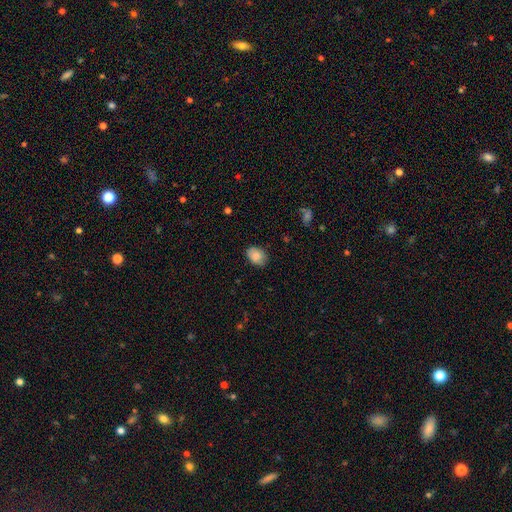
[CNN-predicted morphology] The model was most divided on "how rounded": in between: 74%, round: 25%, cigar-shaped: 1%. More confident: smooth or featured — smooth (85%); merging — none (81%).